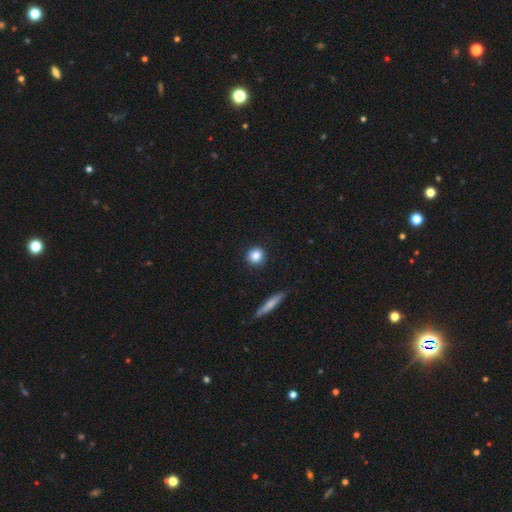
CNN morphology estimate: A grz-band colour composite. It shows a smooth galaxy with no disk features (85%) that is round (89%). Merging: none (91%).